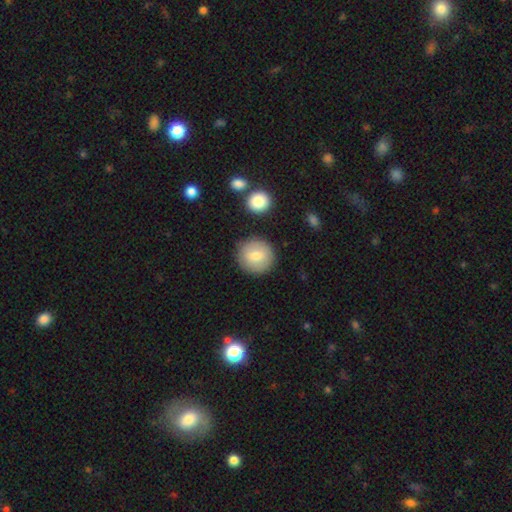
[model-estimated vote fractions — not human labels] This appears to be a smooth galaxy with no disk features (77%) that is round (93%). Merging: none (87%).